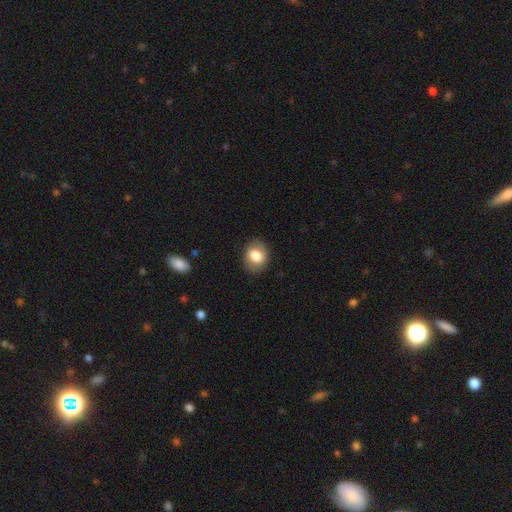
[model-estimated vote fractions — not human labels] Smooth or featured?
  - smooth: 78% *
  - featured or disk: 14%
  - star or artifact: 8%
How rounded?
  - in between: 52% *
  - round: 47%
  - cigar-shaped: 1%
Merging?
  - none: 84% *
  - minor disturbance: 12%
  - major disturbance: 4%
  - merger: 1%